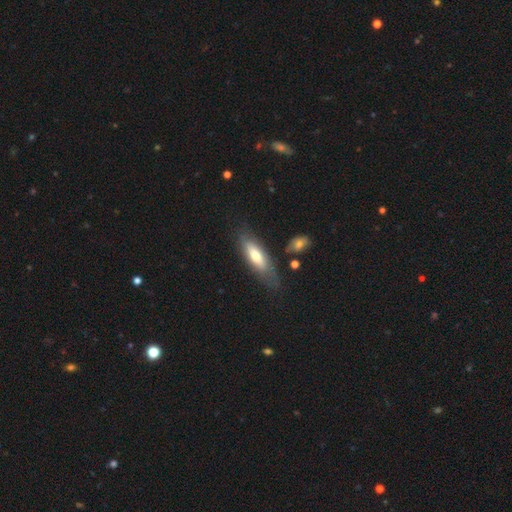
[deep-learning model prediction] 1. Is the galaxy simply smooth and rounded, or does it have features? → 64% smooth, 30% featured or disk, 6% star or artifact.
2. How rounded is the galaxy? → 57% in between, 41% cigar-shaped, 2% round.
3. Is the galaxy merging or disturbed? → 69% none, 20% minor disturbance, 7% major disturbance, 4% merger.